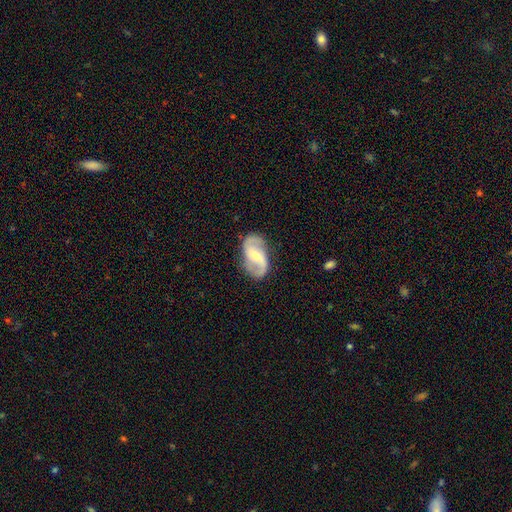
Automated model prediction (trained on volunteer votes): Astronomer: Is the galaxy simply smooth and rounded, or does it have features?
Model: featured or disk — 85%.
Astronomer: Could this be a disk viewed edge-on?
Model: no — 97%.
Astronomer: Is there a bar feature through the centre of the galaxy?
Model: weak — 47% (runner-up: strong, 31%).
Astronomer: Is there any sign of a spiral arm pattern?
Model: yes — 95%.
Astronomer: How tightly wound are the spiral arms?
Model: loose — 46% (runner-up: medium, 42%).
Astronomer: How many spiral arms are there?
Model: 2 — 92%.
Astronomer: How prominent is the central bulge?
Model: small — 51% (runner-up: moderate, 41%).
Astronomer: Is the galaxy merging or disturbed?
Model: none — 81%.